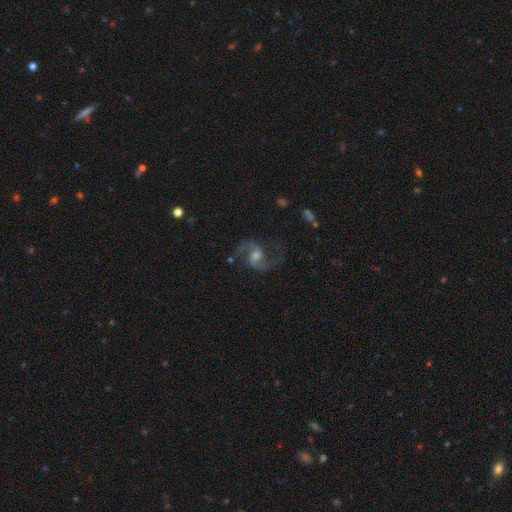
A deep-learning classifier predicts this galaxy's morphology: featured or disk 90%, star or artifact 6%, smooth 4%. Down the decision tree: edge-on disk — no (98%); bar — weak (44%, tied with no); spiral arms — yes (97%); spiral arm count — 2 (94%); spiral winding — medium (50%); bulge size — moderate (56%); merging — none (78%).